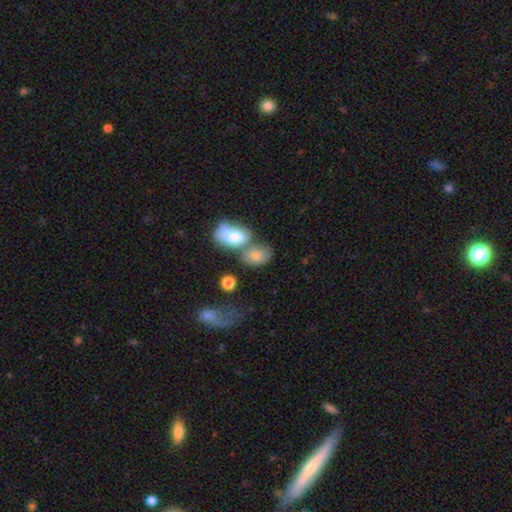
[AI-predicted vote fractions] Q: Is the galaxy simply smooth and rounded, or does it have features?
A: smooth — 75%.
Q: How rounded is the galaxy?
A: in between — 72%.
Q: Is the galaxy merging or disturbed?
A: merger — 43%.